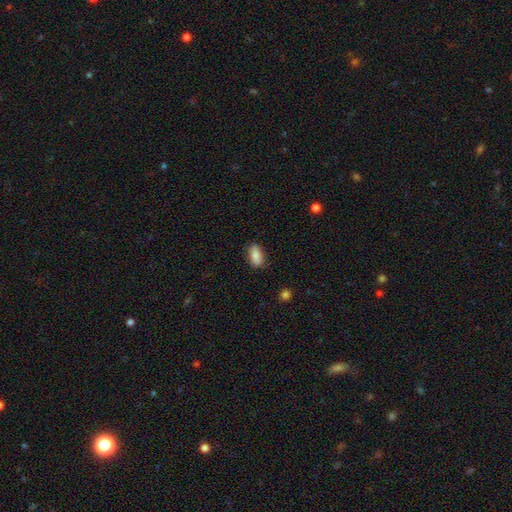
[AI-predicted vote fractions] smooth 81%, featured or disk 12%, star or artifact 7%. Down the decision tree: how rounded — in between (88%); merging — none (82%).